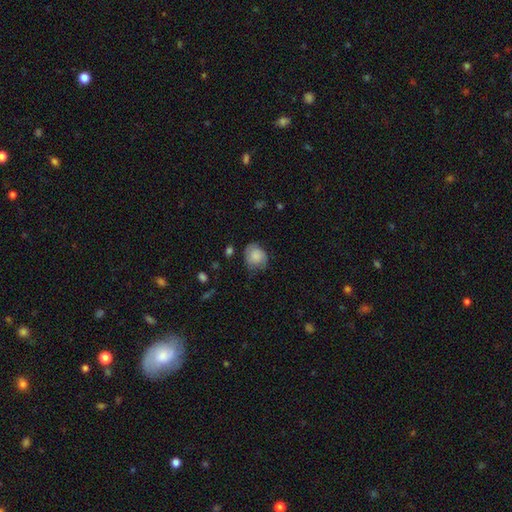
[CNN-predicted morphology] A smooth galaxy with no disk features (74%) that is round (68%). Merging: none (56%).